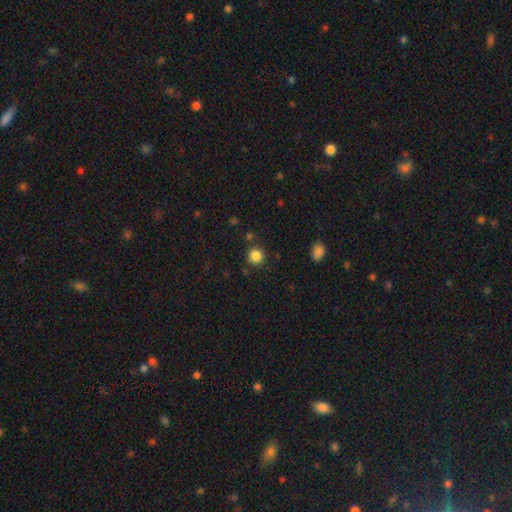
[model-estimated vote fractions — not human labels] A smooth galaxy with no disk features (85%) that is round (91%).

Vote fractions:
- Smooth or featured? smooth: 85% / star or artifact: 11% / featured or disk: 4%
- How rounded? round: 91% / in between: 8% / cigar-shaped: 1%
- Merging? none: 84% / minor disturbance: 9% / merger: 4% / major disturbance: 3%